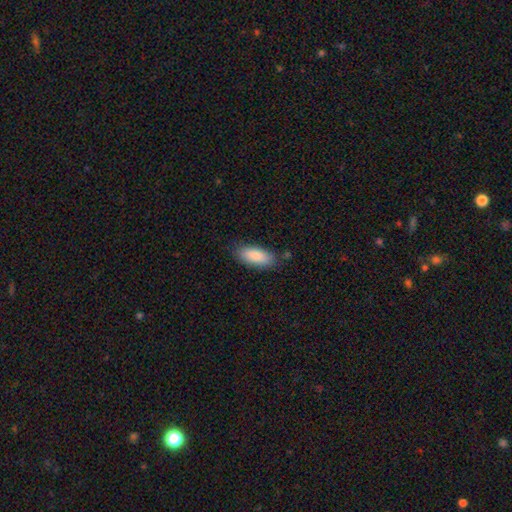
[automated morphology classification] Overall: smooth (87%). How rounded: in between (81%). Merging: none (82%).